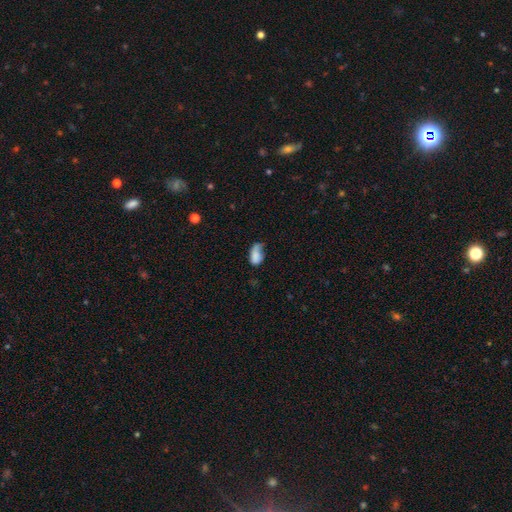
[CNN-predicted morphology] Q: Smooth or featured?
A: smooth (75%); runner-up: featured or disk (17%)
Q: How rounded?
A: in between (90%); runner-up: round (7%)
Q: Merging?
A: minor disturbance (37%); runner-up: none (32%)